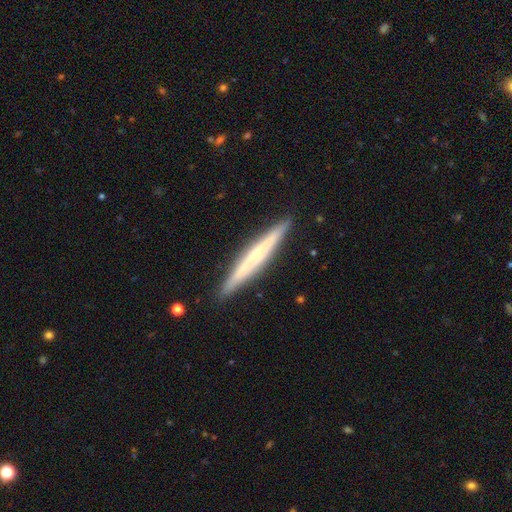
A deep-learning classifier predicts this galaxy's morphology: Smooth or featured: featured or disk — 59% (smooth — 35%)
Edge-on disk: yes — 96% (no — 4%)
Edge-on bulge: rounded — 47% (none — 45%)
Merging: none — 91% (minor disturbance — 7%)